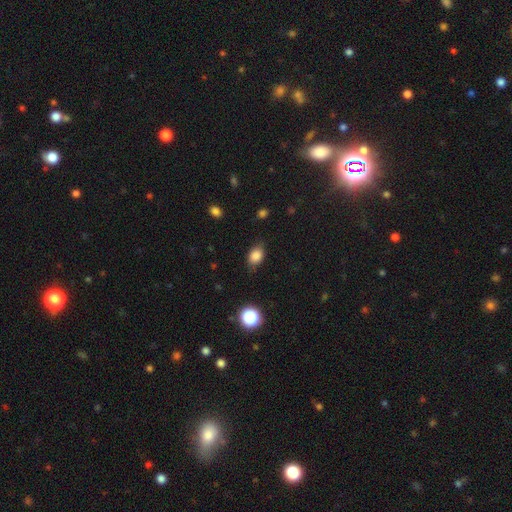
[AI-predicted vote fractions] Overall: smooth (84%). How rounded: in between (70%). Merging: none (77%).